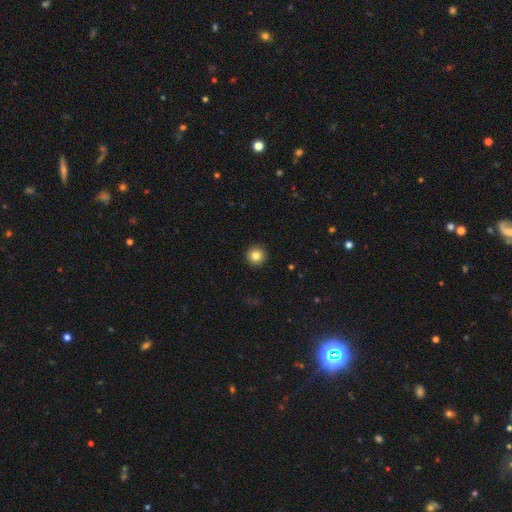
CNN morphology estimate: A smooth galaxy with no disk features (83%) that is round (96%). Merging: none (93%).